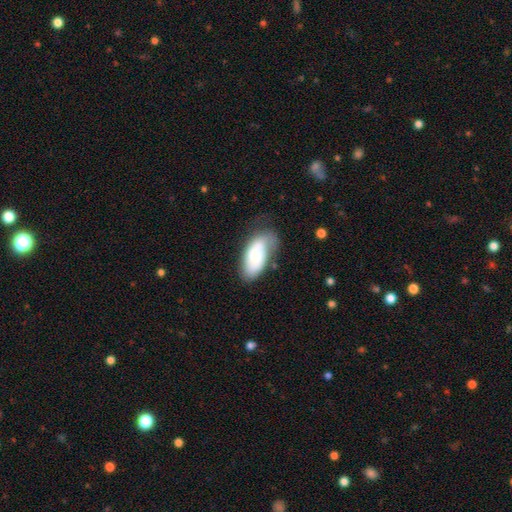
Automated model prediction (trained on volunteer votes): Smooth or featured? smooth (49%)
Merging? none (50%)